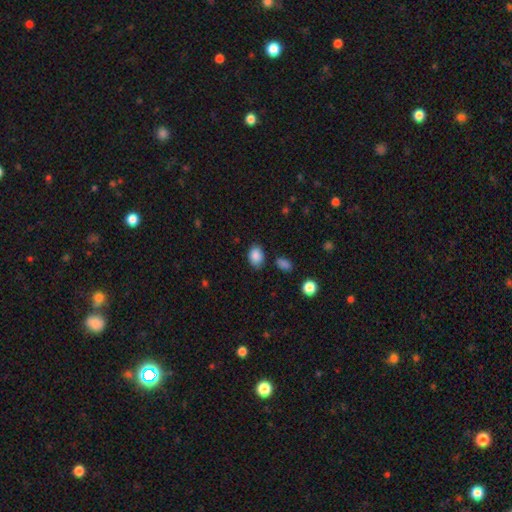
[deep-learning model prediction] This appears to be a smooth galaxy with no disk features (87%) that is in between round and cigar-shaped (76%). Merging: none (80%).